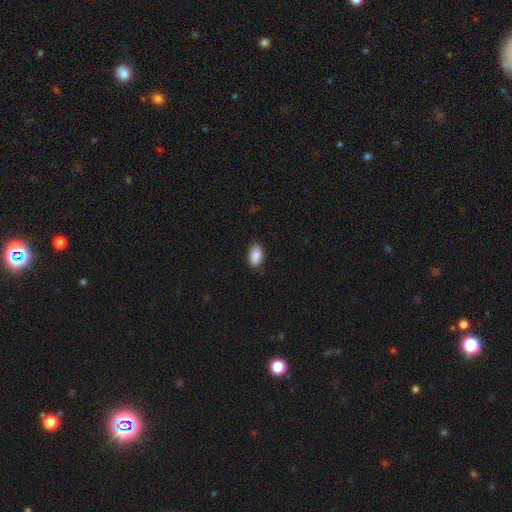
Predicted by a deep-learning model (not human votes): This is clearly a smooth galaxy (90%). How rounded: clearly in between (93%). Merging: clearly none (82%).